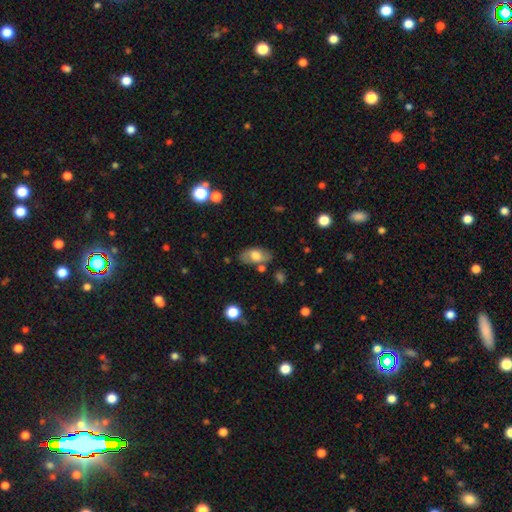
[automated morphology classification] smooth 65%, featured or disk 28%, star or artifact 7%. Down the decision tree: how rounded — in between (92%); merging — none (72%).